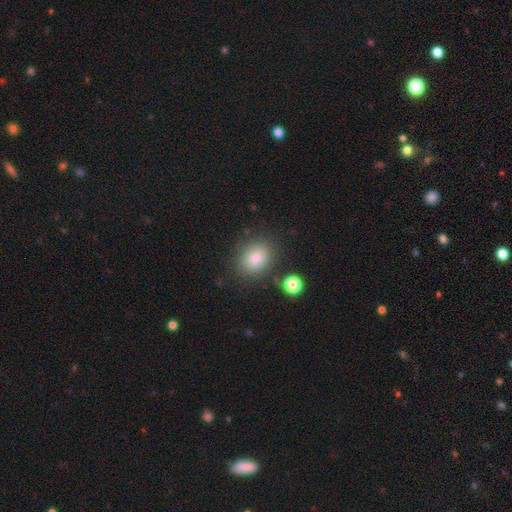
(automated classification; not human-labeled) Smooth or featured?
  - smooth: 81% *
  - star or artifact: 12%
  - featured or disk: 8%
How rounded?
  - round: 50% *
  - in between: 49%
  - cigar-shaped: 1%
Merging?
  - none: 82% *
  - minor disturbance: 10%
  - merger: 4%
  - major disturbance: 3%